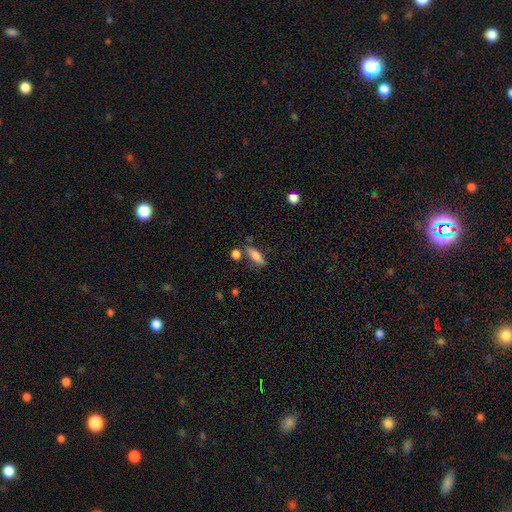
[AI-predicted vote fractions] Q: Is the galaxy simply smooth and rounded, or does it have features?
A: smooth — 71%.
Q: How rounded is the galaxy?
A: in between — 52%.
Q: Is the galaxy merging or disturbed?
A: none — 69%.